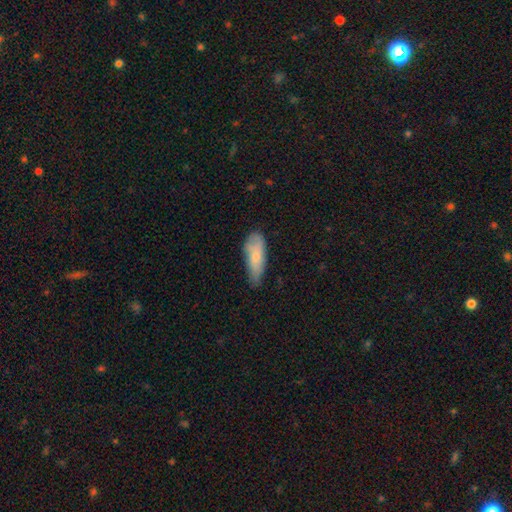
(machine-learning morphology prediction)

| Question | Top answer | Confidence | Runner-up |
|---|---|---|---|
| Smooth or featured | smooth | 74% | featured or disk (20%) |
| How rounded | in between | 69% | cigar-shaped (29%) |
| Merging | none | 53% | minor disturbance (36%) |